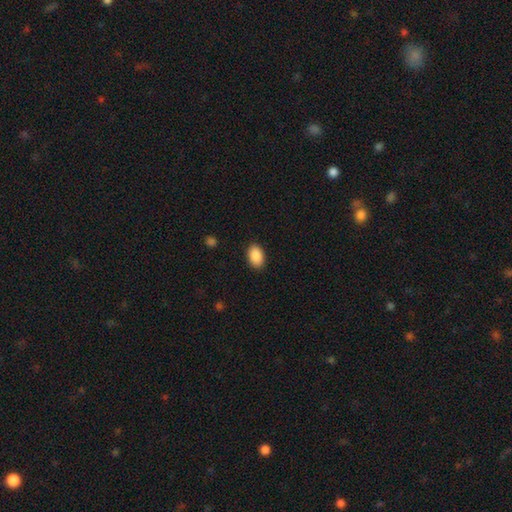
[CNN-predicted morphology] A smooth galaxy with no disk features (90%) that is in between round and cigar-shaped (90%).

Vote fractions:
- Smooth or featured? smooth: 90% / star or artifact: 7% / featured or disk: 3%
- How rounded? in between: 90% / round: 9% / cigar-shaped: 1%
- Merging? none: 89% / minor disturbance: 8% / major disturbance: 2% / merger: 1%